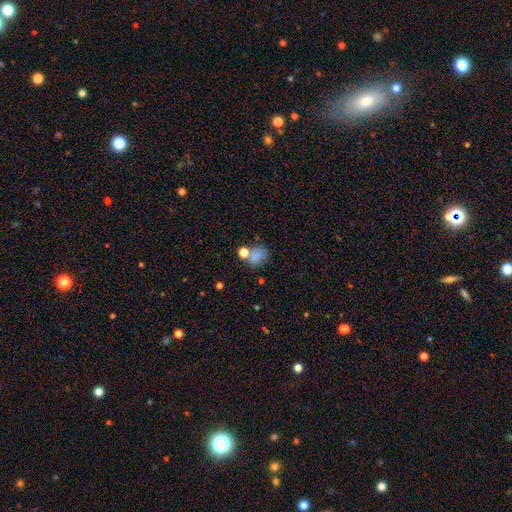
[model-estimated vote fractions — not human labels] Morphology: type=smooth (76%); roundness=round (63%); merging=none (55%).